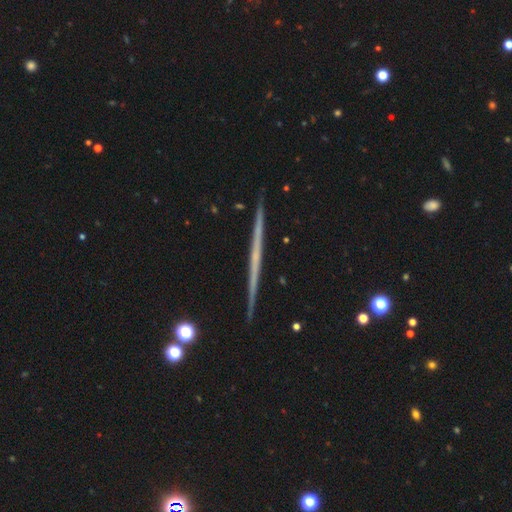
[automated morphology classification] smooth_or_featured: featured or disk (p=0.70) [alt: smooth p=0.21]
disk_edge_on: yes (p=0.98) [alt: no p=0.02]
edge_on_bulge: none (p=0.80) [alt: rounded p=0.15]
merging: none (p=0.91) [alt: minor disturbance p=0.06]